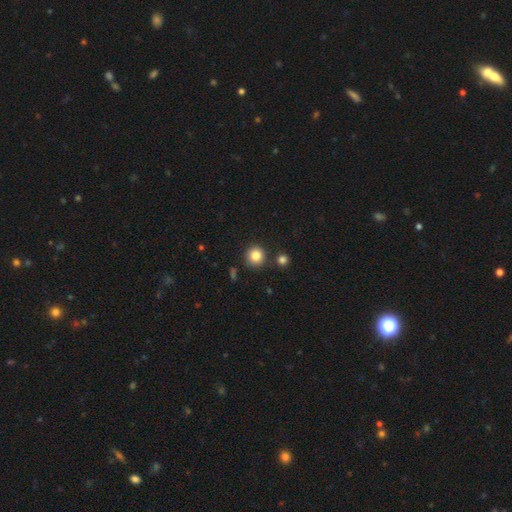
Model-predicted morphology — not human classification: Smooth or featured? smooth (83%)
How rounded? round (93%)
Merging? none (84%)